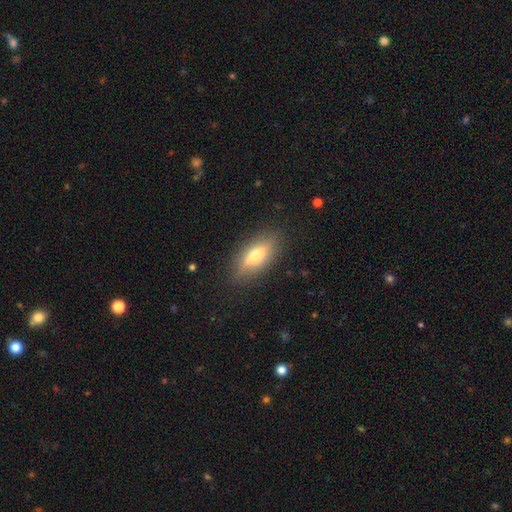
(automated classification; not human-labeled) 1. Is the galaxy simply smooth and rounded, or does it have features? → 47% smooth, 45% featured or disk, 8% star or artifact.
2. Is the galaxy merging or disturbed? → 83% none, 12% minor disturbance, 4% major disturbance, 1% merger.